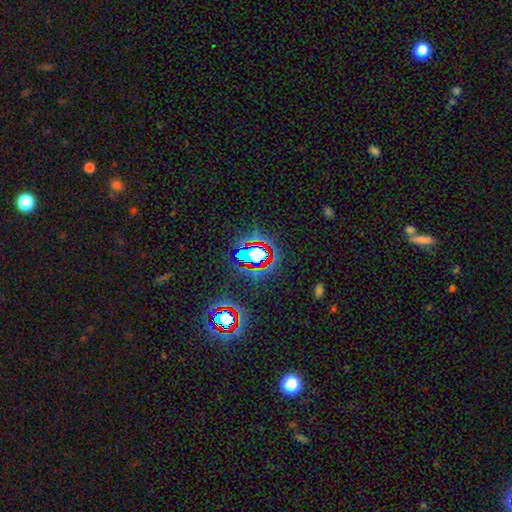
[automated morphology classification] Q: Smooth or featured?
A: star or artifact (67%); runner-up: smooth (18%)